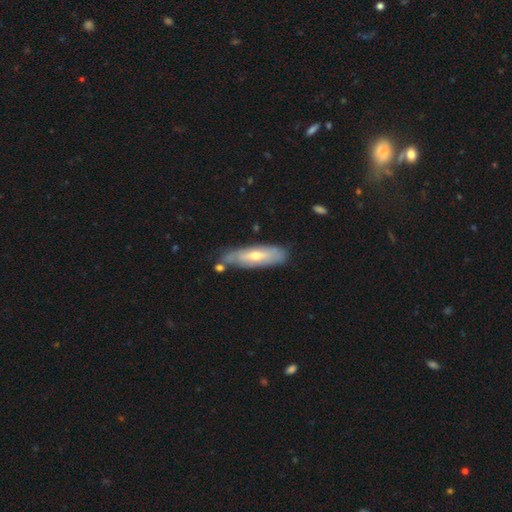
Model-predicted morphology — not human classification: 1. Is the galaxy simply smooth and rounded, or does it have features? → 57% featured or disk, 36% smooth, 6% star or artifact.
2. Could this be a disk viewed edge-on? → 62% no, 38% yes.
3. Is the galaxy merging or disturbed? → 72% none, 19% minor disturbance, 6% merger, 4% major disturbance.